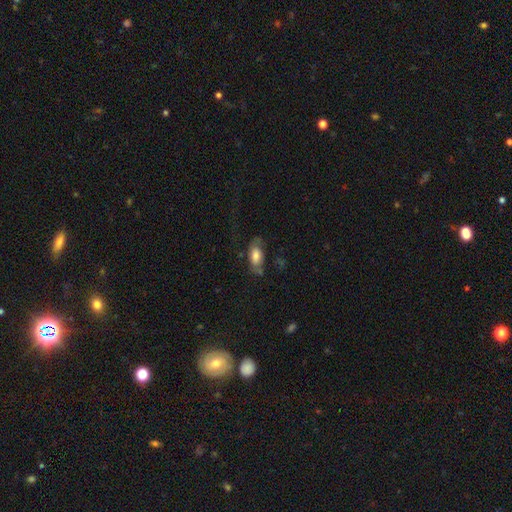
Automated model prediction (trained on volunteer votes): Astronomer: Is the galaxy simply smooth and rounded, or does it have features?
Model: smooth — 67%.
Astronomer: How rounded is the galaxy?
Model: in between — 87%.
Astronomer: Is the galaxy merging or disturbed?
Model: none — 54%.